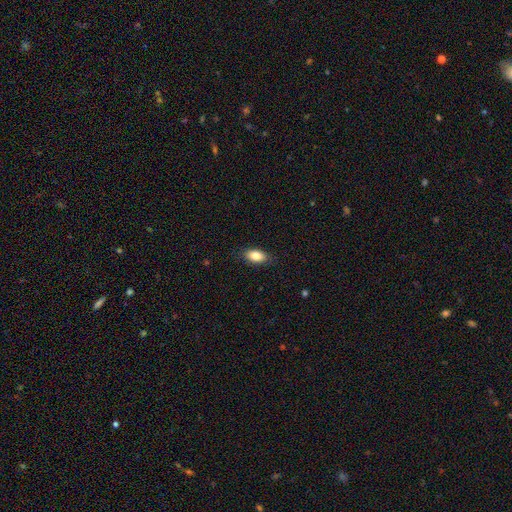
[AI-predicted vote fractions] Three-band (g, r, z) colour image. It shows a smooth galaxy with no disk features (86%) that is in between round and cigar-shaped (90%). Merging: none (85%).